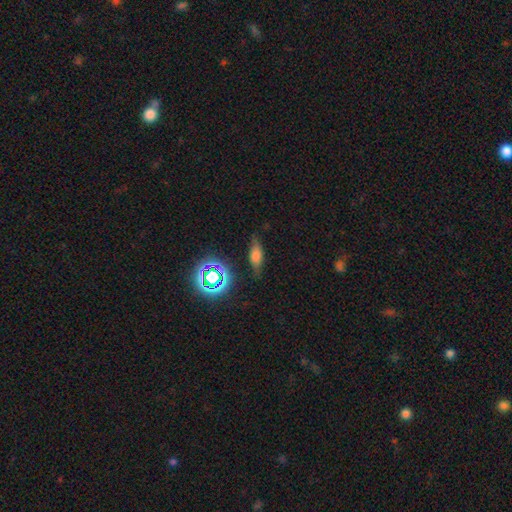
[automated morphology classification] smooth 60%, featured or disk 22%, star or artifact 18%. Down the decision tree: how rounded — in between (65%); merging — none (74%).